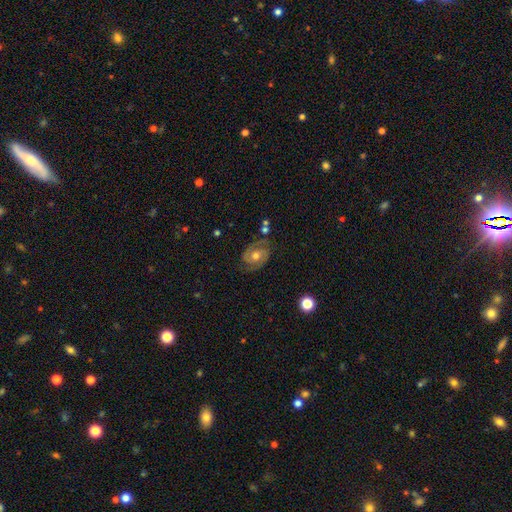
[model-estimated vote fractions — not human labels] Q: Smooth or featured?
A: featured or disk (83%); runner-up: smooth (11%)
Q: Edge-on disk?
A: no (97%); runner-up: yes (3%)
Q: Bar?
A: no (65%); runner-up: weak (27%)
Q: Spiral arms?
A: yes (94%); runner-up: no (6%)
Q: Spiral winding?
A: tight (48%); runner-up: medium (42%)
Q: Spiral arm count?
A: 2 (90%); runner-up: can't tell (5%)
Q: Bulge size?
A: moderate (76%); runner-up: small (16%)
Q: Merging?
A: none (77%); runner-up: minor disturbance (15%)